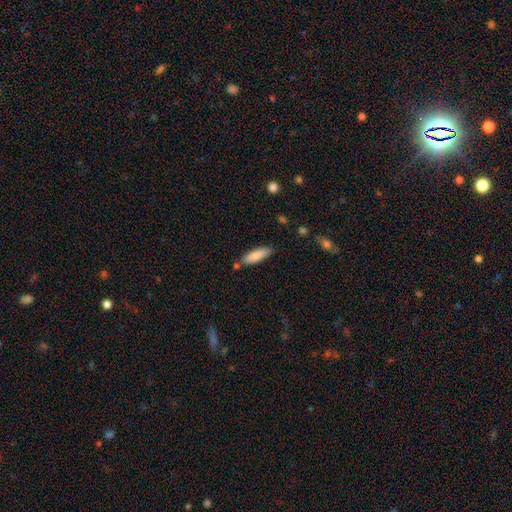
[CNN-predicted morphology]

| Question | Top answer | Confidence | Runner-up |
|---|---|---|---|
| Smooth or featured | smooth | 85% | featured or disk (9%) |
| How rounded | in between | 49% | tied: cigar-shaped (49%) |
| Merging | none | 75% | minor disturbance (15%) |